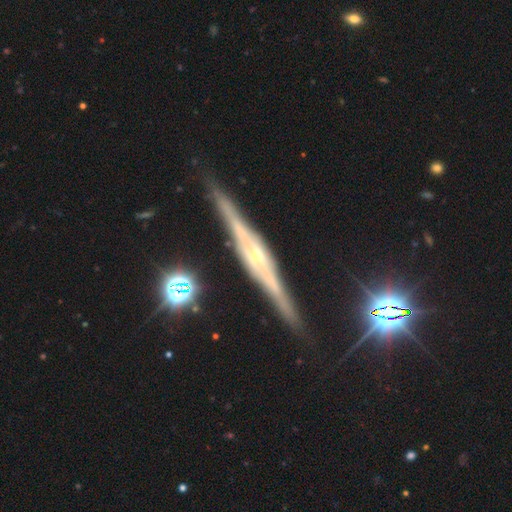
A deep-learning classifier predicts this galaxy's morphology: Smooth or featured? featured or disk (85%)
Edge-on disk? yes (96%)
Edge-on bulge? rounded (45%)
Merging? none (86%)